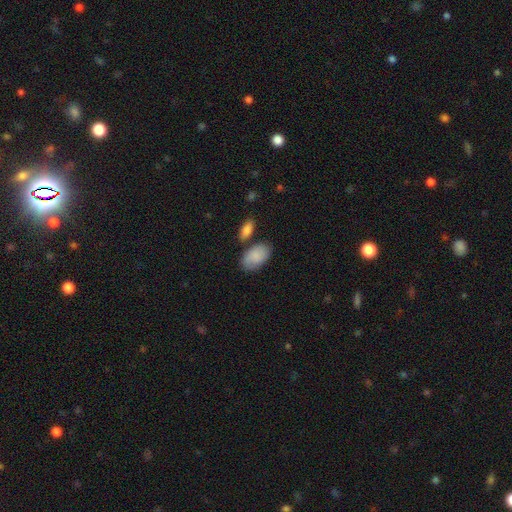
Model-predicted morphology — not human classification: A smooth galaxy with no disk features (86%) that is in between round and cigar-shaped (94%).

Vote fractions:
- Smooth or featured? smooth: 86% / featured or disk: 9% / star or artifact: 6%
- How rounded? in between: 94% / round: 5% / cigar-shaped: 2%
- Merging? none: 67% / minor disturbance: 17% / merger: 11% / major disturbance: 4%